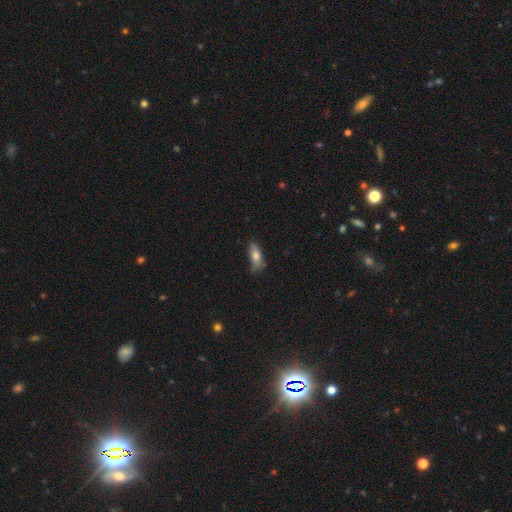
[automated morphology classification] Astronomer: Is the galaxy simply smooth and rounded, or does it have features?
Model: smooth — 73%.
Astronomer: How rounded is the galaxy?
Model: in between — 70%.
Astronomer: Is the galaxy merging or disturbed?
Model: none — 55% (runner-up: minor disturbance, 33%).